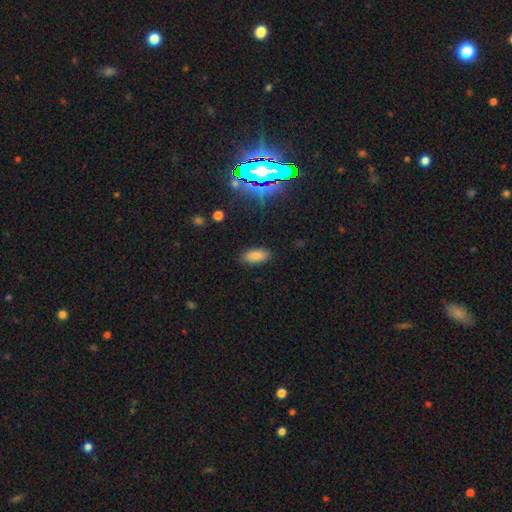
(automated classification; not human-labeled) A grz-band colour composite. It shows a smooth galaxy with no disk features (81%) that is in between round and cigar-shaped (90%). Merging: none (88%).